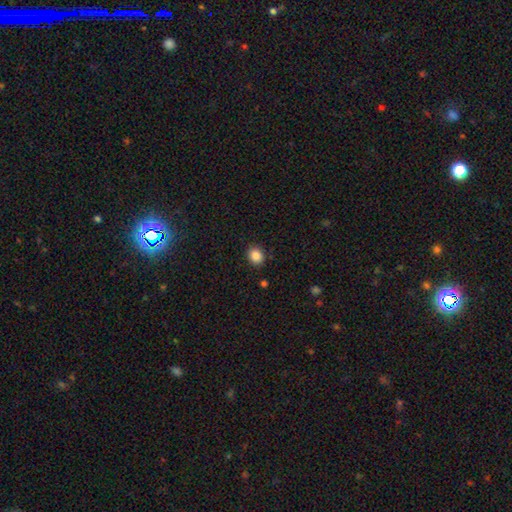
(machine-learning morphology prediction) smooth_or_featured: smooth (p=0.87) [alt: star or artifact p=0.10]
how_rounded: round (p=0.59) [alt: in between p=0.40]
merging: none (p=0.89) [alt: minor disturbance p=0.07]